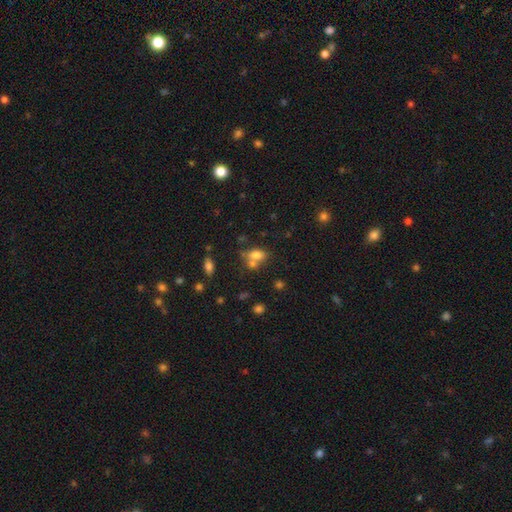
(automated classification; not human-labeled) Overall: smooth (74%). How rounded: in between (80%). Merging: none (42%; merger 39%).